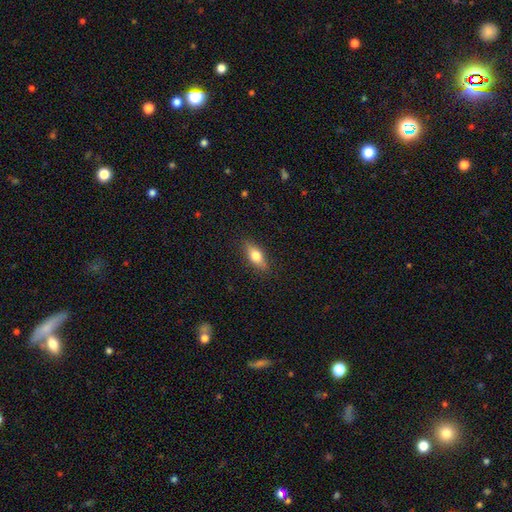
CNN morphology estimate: smooth_or_featured: smooth (p=0.69) [alt: featured or disk p=0.24]
how_rounded: in between (p=0.73) [alt: cigar-shaped p=0.22]
merging: none (p=0.87) [alt: minor disturbance p=0.10]